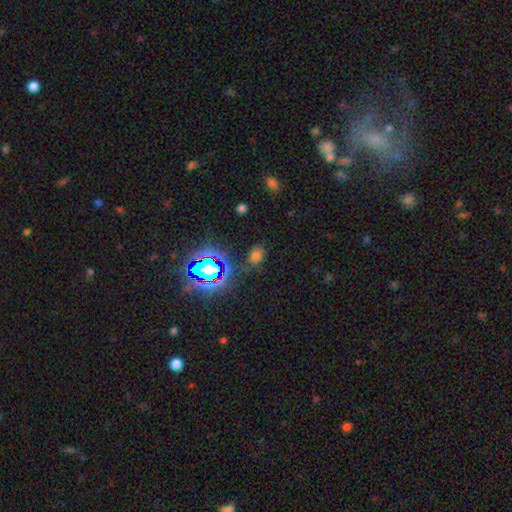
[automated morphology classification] smooth_or_featured: smooth (p=0.60) [alt: star or artifact p=0.32]
how_rounded: in between (p=0.71) [alt: round p=0.28]
merging: none (p=0.76) [alt: minor disturbance p=0.15]